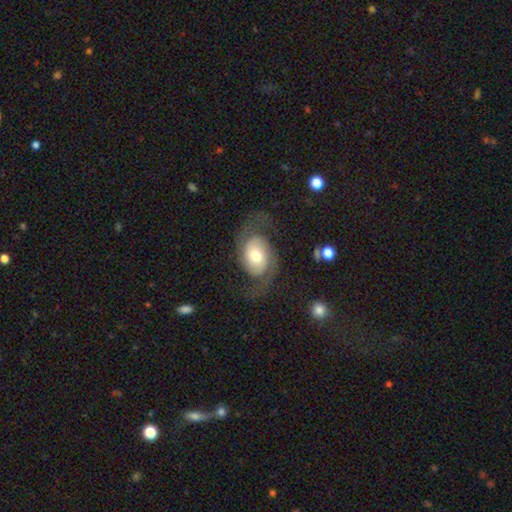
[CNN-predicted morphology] Smooth or featured?
  - featured or disk: 77% *
  - smooth: 17%
  - star or artifact: 6%
Edge-on disk?
  - no: 97% *
  - yes: 3%
Bar?
  - no: 65% *
  - weak: 27%
  - strong: 8%
Spiral arms?
  - yes: 93% *
  - no: 7%
Spiral winding?
  - medium: 45% *
  - loose: 37%
  - tight: 18%
Spiral arm count?
  - 2: 91% *
  - can't tell: 4%
  - 1: 2%
  - 3: 1%
  - 4: 1%
  - more than 4: 1%
Bulge size?
  - moderate: 65% *
  - small: 19%
  - large: 13%
  - dominant: 2%
  - none: 1%
Merging?
  - none: 67% *
  - major disturbance: 16%
  - minor disturbance: 15%
  - merger: 2%